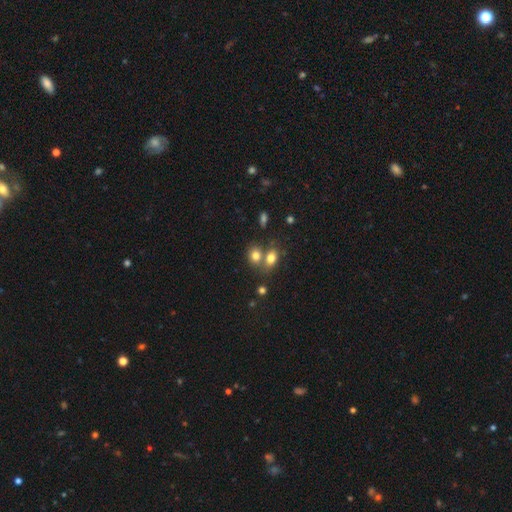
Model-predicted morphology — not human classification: This is likely a smooth galaxy (78%). How rounded: possibly round (50%). Merging: marginally merger (45%).